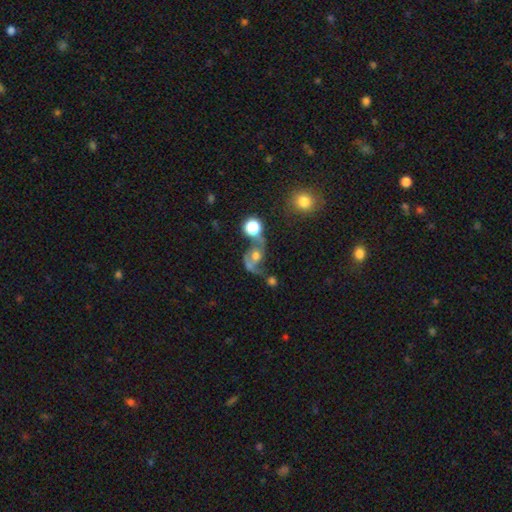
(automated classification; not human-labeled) A featured or disk galaxy (55%) with no bar (71%), spiral arms (71%) and a moderate central bulge (51%).

Vote fractions:
- Smooth or featured? featured or disk: 55% / smooth: 29% / star or artifact: 16%
- Edge-on disk? no: 96% / yes: 4%
- Bar? no: 71% / weak: 22% / strong: 7%
- Spiral arms? yes: 71% / no: 29%
- Bulge size? moderate: 51% / large: 22% / small: 16% / none: 7% / dominant: 4%
- Merging? merger: 35% / none: 27% / major disturbance: 24% / minor disturbance: 14%